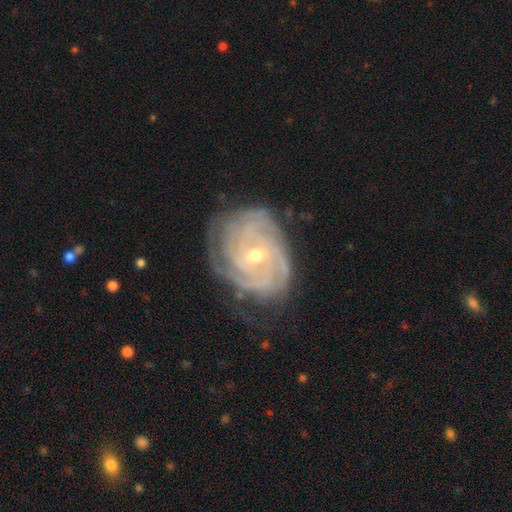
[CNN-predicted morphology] smooth_or_featured: featured or disk (p=0.90) [alt: smooth p=0.05]
disk_edge_on: no (p=0.97) [alt: yes p=0.03]
bar: no (p=0.44) [alt: weak p=0.43]
has_spiral_arms: yes (p=0.98) [alt: no p=0.02]
spiral_winding: tight (p=0.78) [alt: medium p=0.19]
spiral_arm_count: 4 (p=0.25) [tied with: can't tell p=0.25]
bulge_size: small (p=0.56) [alt: moderate p=0.41]
merging: none (p=0.68) [alt: minor disturbance p=0.22]